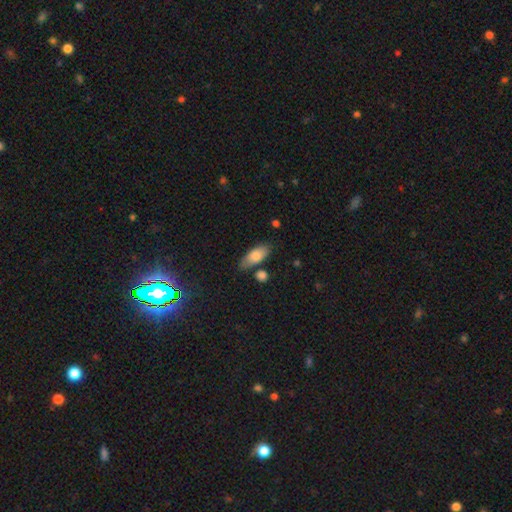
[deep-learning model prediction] Smooth or featured? smooth (79%)
How rounded? in between (84%)
Merging? none (70%)